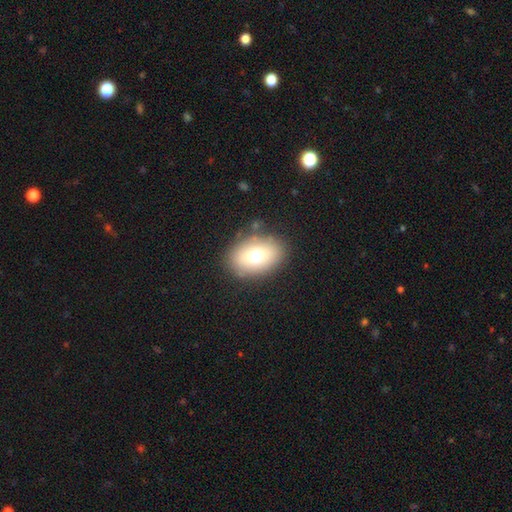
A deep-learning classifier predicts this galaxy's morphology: A smooth galaxy with no disk features (70%) that is in between round and cigar-shaped (78%).

Vote fractions:
- Smooth or featured? smooth: 70% / featured or disk: 19% / star or artifact: 11%
- How rounded? in between: 78% / round: 21% / cigar-shaped: 1%
- Merging? none: 83% / minor disturbance: 11% / major disturbance: 4% / merger: 2%